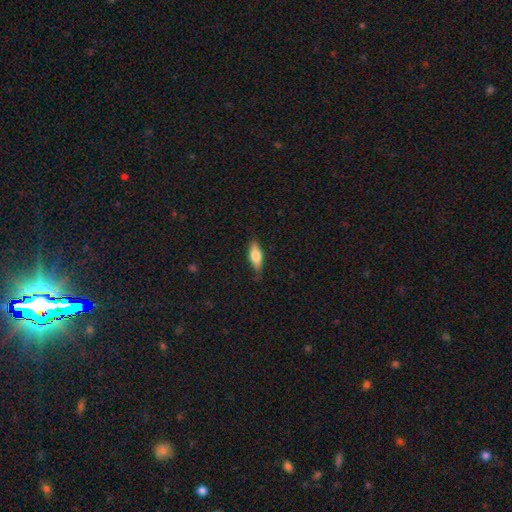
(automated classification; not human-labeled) This appears to be a smooth galaxy with no disk features (68%) that is in between round and cigar-shaped (65%). Merging: none (79%).